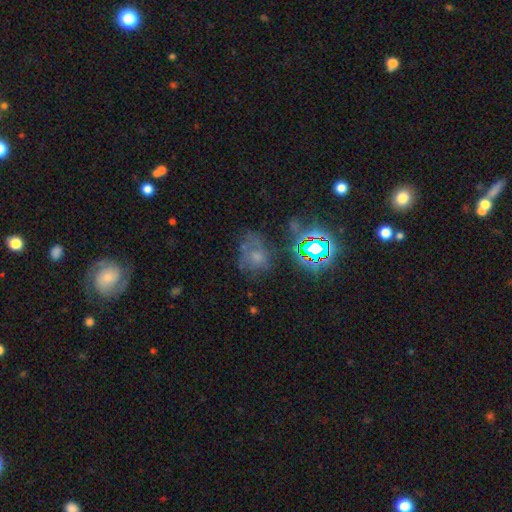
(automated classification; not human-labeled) Smooth or featured: smooth — 39% (star or artifact — 33%)
Merging: none — 41% (major disturbance — 27%)